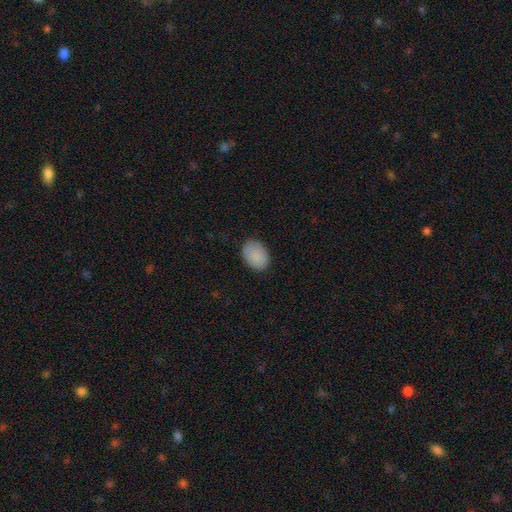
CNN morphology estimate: Overall: smooth (89%). How rounded: in between (73%). Merging: none (85%).